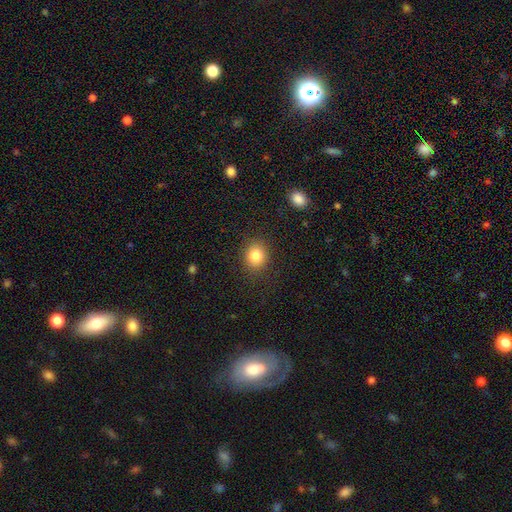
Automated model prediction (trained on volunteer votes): Overall: smooth (83%). How rounded: round (70%). Merging: none (87%).